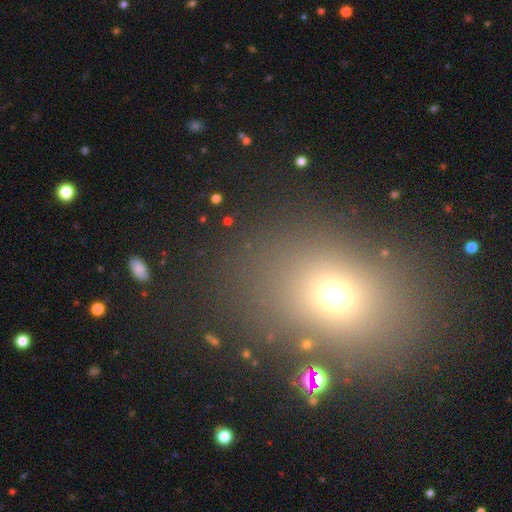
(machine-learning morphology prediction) Smooth or featured? Predicted: smooth (p=0.61). How rounded? Predicted: round (p=0.49, tied with in between). Merging? Predicted: none (p=0.83).